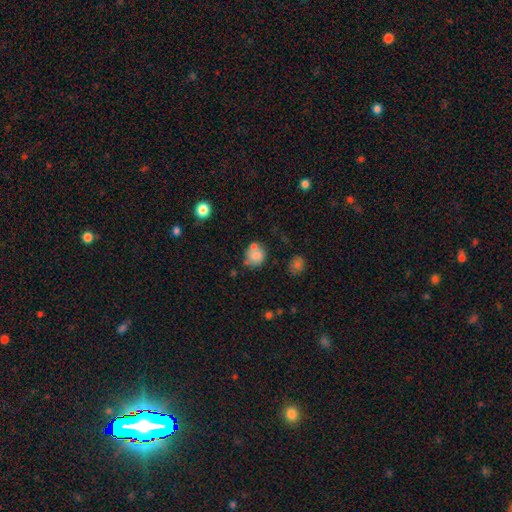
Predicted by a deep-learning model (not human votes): A smooth galaxy with no disk features (76%) that is round (75%).

Vote fractions:
- Smooth or featured? smooth: 76% / featured or disk: 14% / star or artifact: 10%
- How rounded? round: 75% / in between: 24% / cigar-shaped: 1%
- Merging? none: 49% / merger: 27% / minor disturbance: 18% / major disturbance: 7%